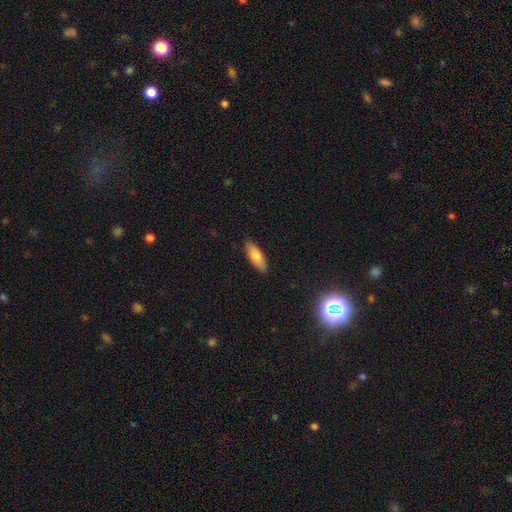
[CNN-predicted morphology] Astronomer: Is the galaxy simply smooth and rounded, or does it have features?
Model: smooth — 78%.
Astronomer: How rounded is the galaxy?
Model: in between — 65%.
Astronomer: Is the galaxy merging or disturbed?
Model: none — 88%.